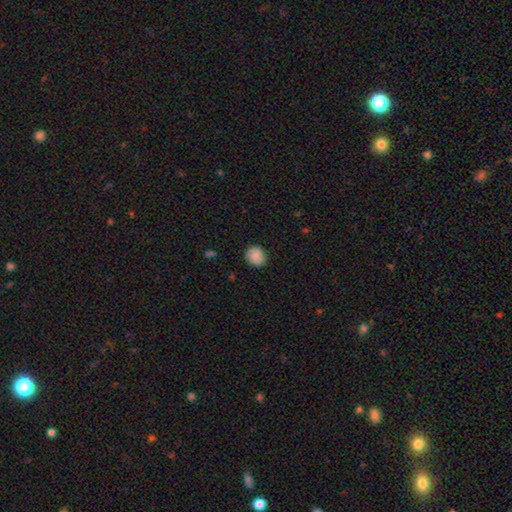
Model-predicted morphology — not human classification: This appears to be a smooth galaxy with no disk features (84%) that is round (65%). Merging: none (84%).